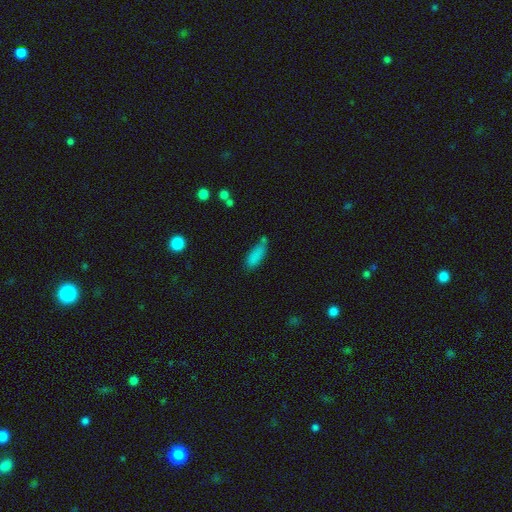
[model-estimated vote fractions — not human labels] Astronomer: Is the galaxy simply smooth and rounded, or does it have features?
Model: smooth — 83%.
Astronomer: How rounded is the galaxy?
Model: in between — 67%.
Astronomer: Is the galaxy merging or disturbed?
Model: none — 54%.